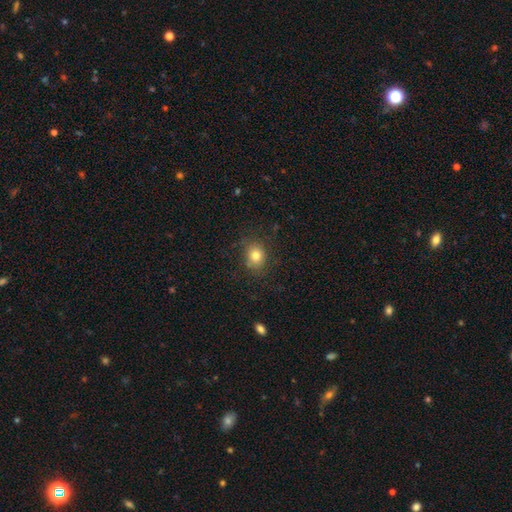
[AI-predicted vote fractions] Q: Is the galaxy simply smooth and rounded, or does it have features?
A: smooth — 80%.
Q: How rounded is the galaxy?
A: round — 63%.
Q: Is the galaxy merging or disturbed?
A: none — 80%.